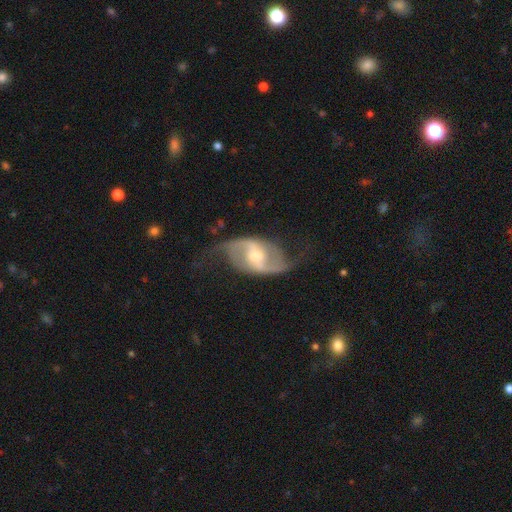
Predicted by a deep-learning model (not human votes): Smooth or featured? featured or disk (87%)
Edge-on disk? no (96%)
Bar? weak (47%)
Spiral arms? yes (95%)
Spiral winding? loose (60%)
Spiral arm count? 2 (93%)
Bulge size? moderate (57%)
Merging? none (65%)